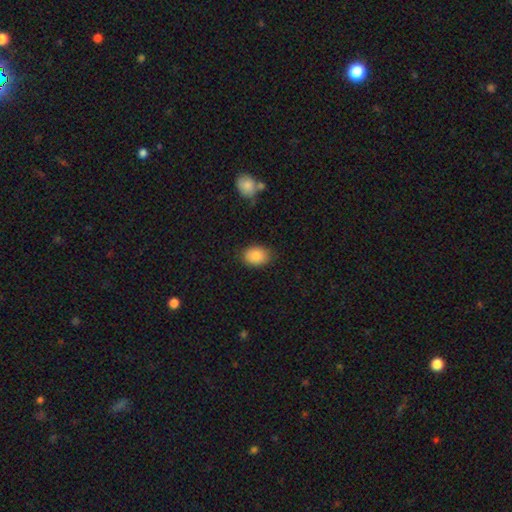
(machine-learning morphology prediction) smooth-or-featured: smooth: 86% | star or artifact: 8% | featured or disk: 6%
  how-rounded: in between: 75% | round: 23% | cigar-shaped: 1%
  merging: none: 84% | minor disturbance: 12% | major disturbance: 3% | merger: 1%